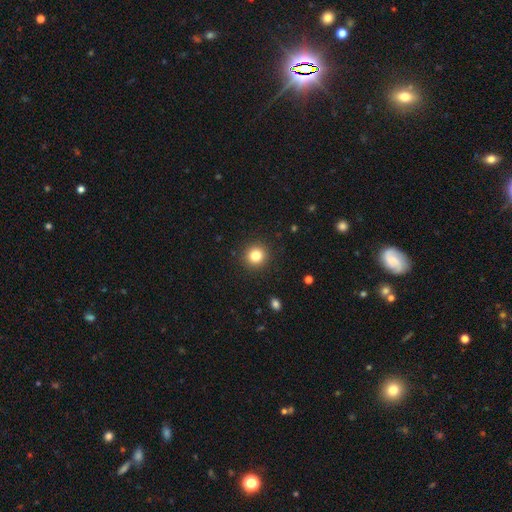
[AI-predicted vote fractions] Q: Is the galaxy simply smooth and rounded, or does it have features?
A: smooth — 82%.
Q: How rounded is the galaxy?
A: round — 94%.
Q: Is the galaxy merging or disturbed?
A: none — 92%.